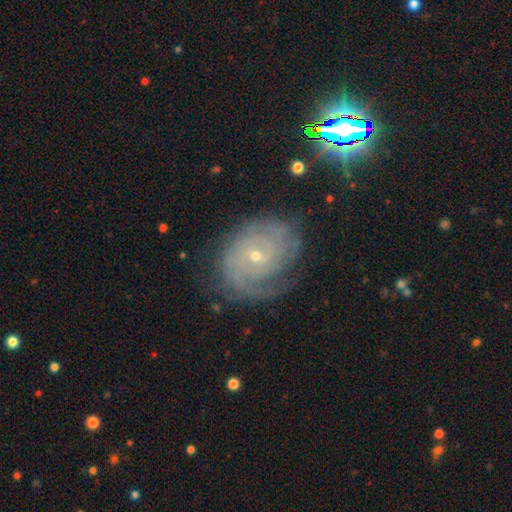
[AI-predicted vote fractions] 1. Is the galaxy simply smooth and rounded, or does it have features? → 84% featured or disk, 8% star or artifact, 8% smooth.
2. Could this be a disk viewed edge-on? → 97% no, 3% yes.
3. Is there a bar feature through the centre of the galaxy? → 71% no, 23% weak, 5% strong.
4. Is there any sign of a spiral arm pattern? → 96% yes, 4% no.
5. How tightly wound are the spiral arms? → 72% tight, 23% medium, 5% loose.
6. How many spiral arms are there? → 34% can't tell, 26% 2, 18% 3, 9% 4, 7% 1, 7% more than 4.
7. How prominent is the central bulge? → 78% small, 19% moderate, 1% none, 1% large, 1% dominant.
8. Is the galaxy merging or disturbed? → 71% none, 19% minor disturbance, 8% major disturbance, 2% merger.